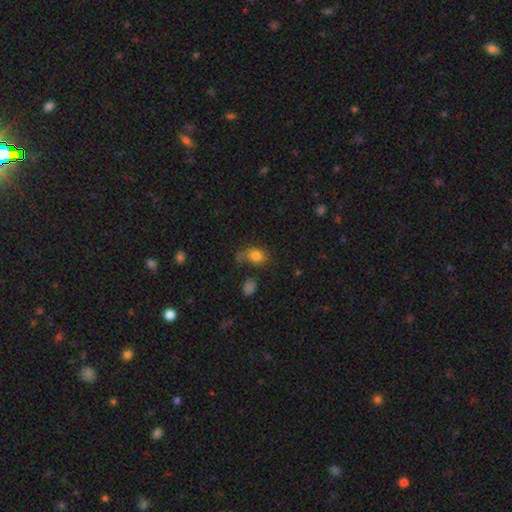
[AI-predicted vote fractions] Smooth or featured: smooth — 81% (star or artifact — 11%)
How rounded: in between — 63% (round — 36%)
Merging: none — 62% (minor disturbance — 18%)